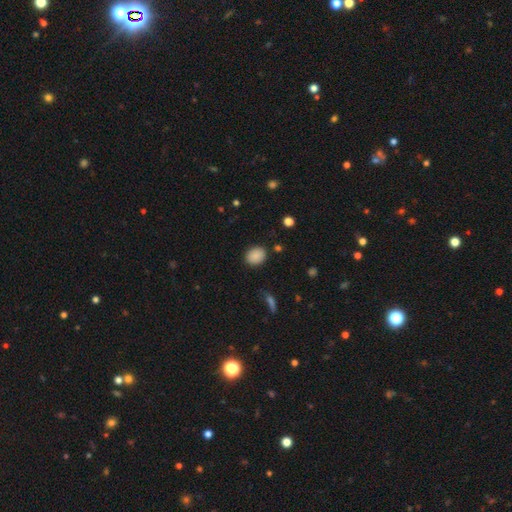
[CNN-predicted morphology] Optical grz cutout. It shows a smooth galaxy with no disk features (88%) that is in between round and cigar-shaped (56%). Merging: none (86%).